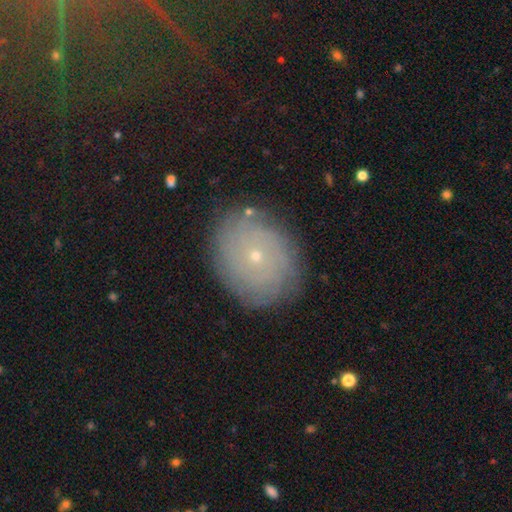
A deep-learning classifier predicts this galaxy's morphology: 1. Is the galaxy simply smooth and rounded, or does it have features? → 52% featured or disk, 34% smooth, 14% star or artifact.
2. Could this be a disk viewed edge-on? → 96% no, 4% yes.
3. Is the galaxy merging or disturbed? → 84% none, 11% minor disturbance, 3% major disturbance, 1% merger.